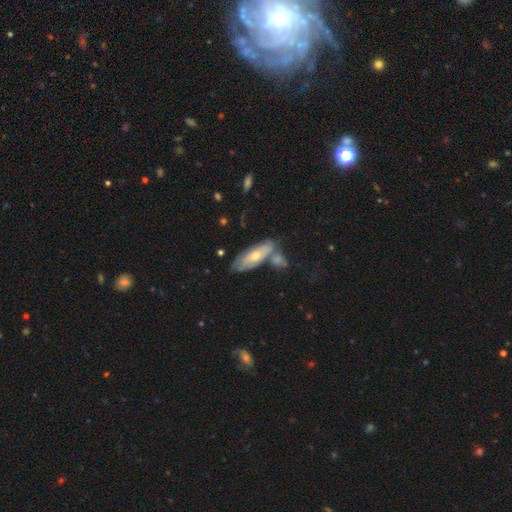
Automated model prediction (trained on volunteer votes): Q: Smooth or featured?
A: smooth (49%); runner-up: featured or disk (45%)
Q: Merging?
A: none (50%); runner-up: merger (25%)